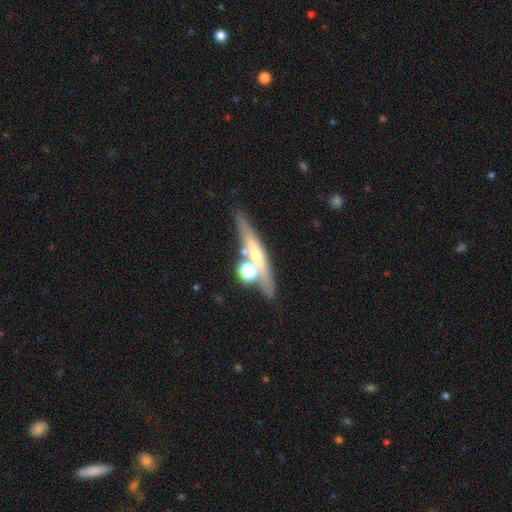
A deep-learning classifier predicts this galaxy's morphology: smooth-or-featured: featured or disk: 54% | smooth: 33% | star or artifact: 13%
  disk-edge-on: yes: 82% | no: 18%
  merging: none: 70% | merger: 14% | minor disturbance: 12% | major disturbance: 4%